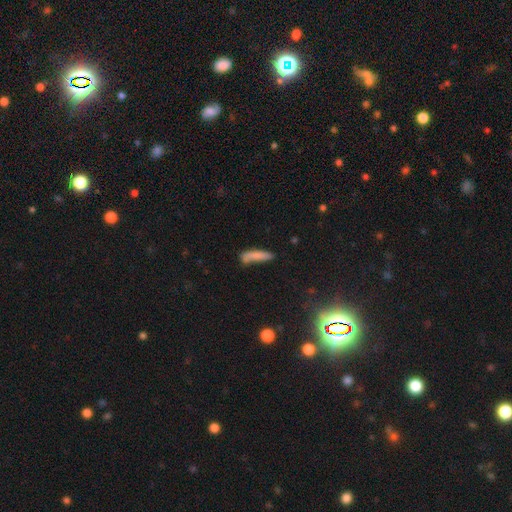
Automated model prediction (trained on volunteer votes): Smooth or featured: smooth — 80% (featured or disk — 12%)
How rounded: cigar-shaped — 81% (in between — 17%)
Merging: none — 61% (minor disturbance — 24%)